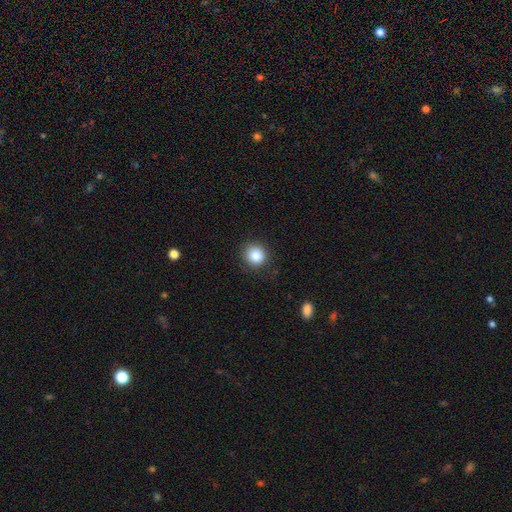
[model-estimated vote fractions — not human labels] A smooth galaxy with no disk features (85%) that is round (90%). Merging: none (86%).